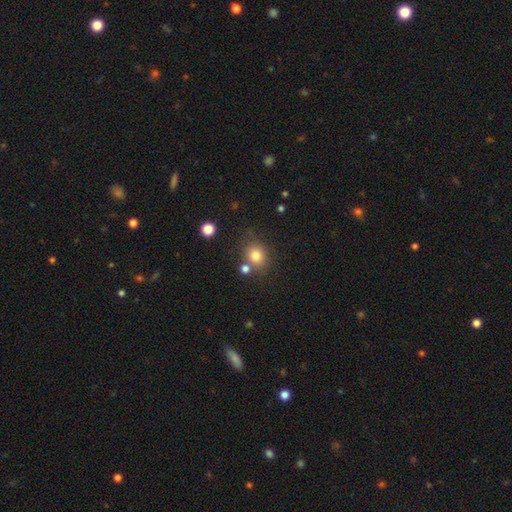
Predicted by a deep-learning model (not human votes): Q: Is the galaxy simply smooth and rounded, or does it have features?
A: smooth — 80%.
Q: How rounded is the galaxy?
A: round — 70%.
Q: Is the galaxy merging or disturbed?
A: none — 71%.